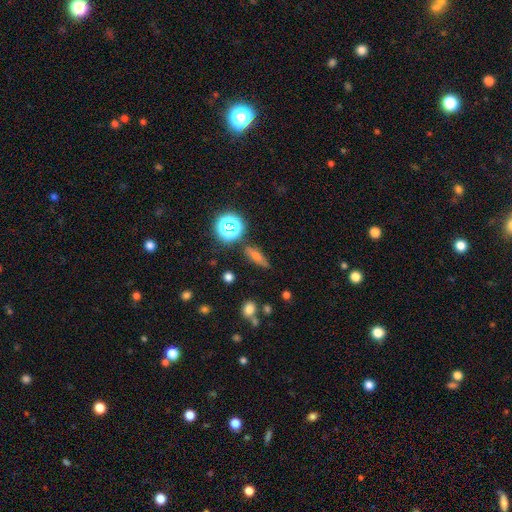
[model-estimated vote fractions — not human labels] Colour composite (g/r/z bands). It shows a smooth galaxy with no disk features (51%) that is cigar-shaped (46%). Merging: none (76%).